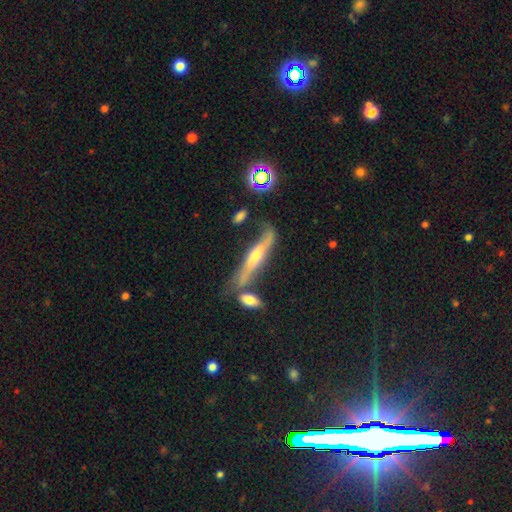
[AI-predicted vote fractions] Smooth or featured? featured or disk (65%)
Edge-on disk? yes (75%)
Merging? none (50%)